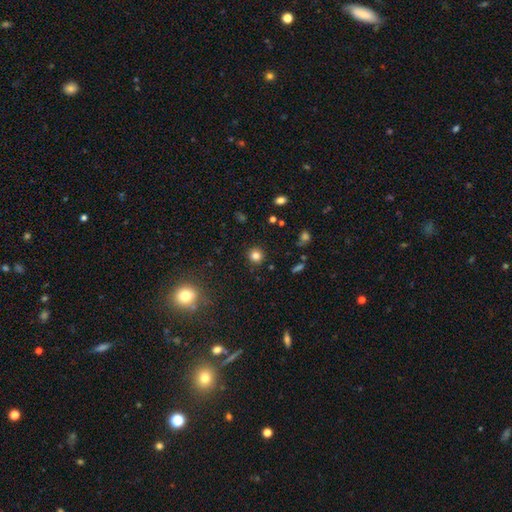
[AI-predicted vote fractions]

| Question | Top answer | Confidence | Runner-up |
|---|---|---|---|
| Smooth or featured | smooth | 81% | star or artifact (13%) |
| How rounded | round | 93% | in between (6%) |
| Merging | none | 91% | minor disturbance (6%) |